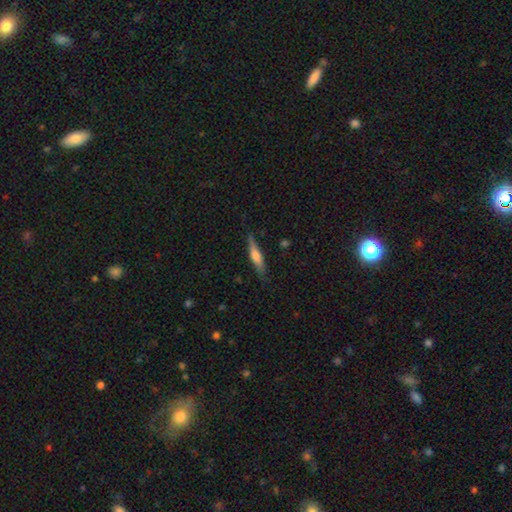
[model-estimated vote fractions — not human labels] smooth 51%, featured or disk 42%, star or artifact 6%. Down the decision tree: how rounded — cigar-shaped (82%); merging — none (78%).